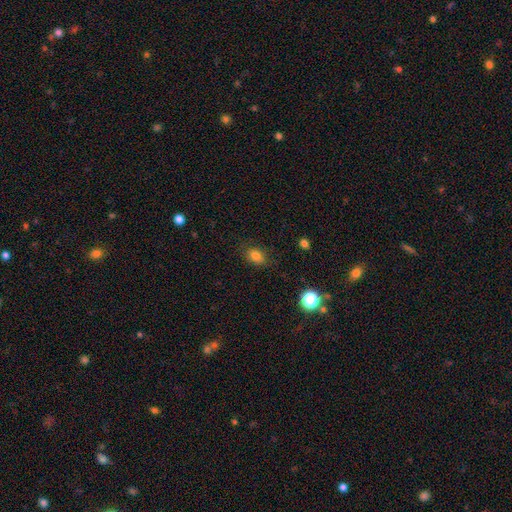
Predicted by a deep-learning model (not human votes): Q: Smooth or featured?
A: smooth (80%); runner-up: star or artifact (12%)
Q: How rounded?
A: in between (67%); runner-up: round (31%)
Q: Merging?
A: none (79%); runner-up: minor disturbance (15%)